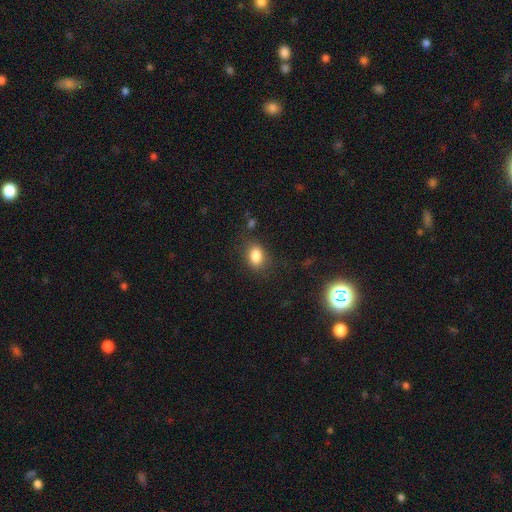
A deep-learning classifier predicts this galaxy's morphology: type=smooth (84%); roundness=in between (77%); merging=none (79%).